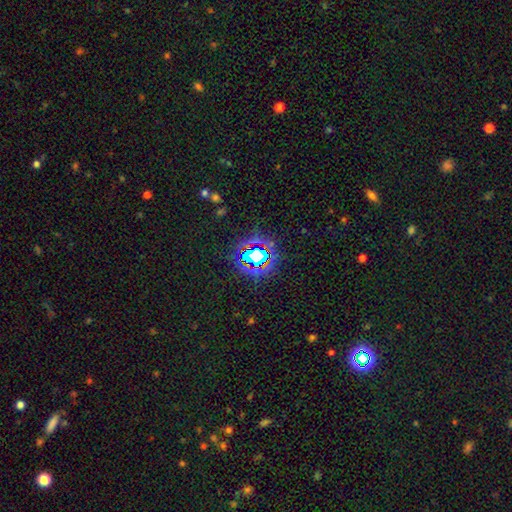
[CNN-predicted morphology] A star or artifact, not a galaxy (71%).

Vote fractions:
- Smooth or featured? star or artifact: 71% / smooth: 17% / featured or disk: 12%